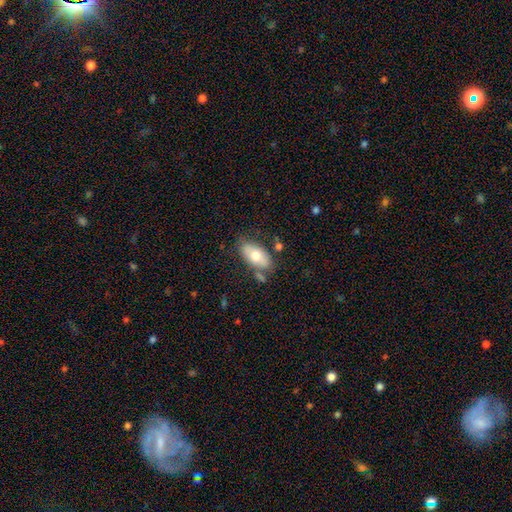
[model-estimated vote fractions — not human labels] This is likely a smooth galaxy (68%). How rounded: clearly in between (92%). Merging: likely none (68%).